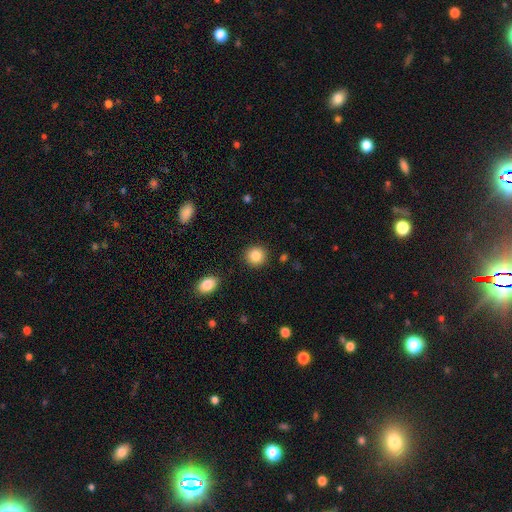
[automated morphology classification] type=smooth (86%); roundness=round (90%); merging=none (90%).